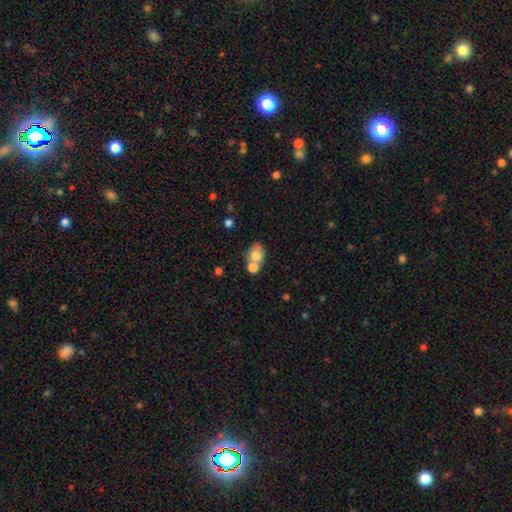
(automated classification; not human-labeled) Morphology: type=smooth (72%); roundness=in between (55%); merging=merger (51%).